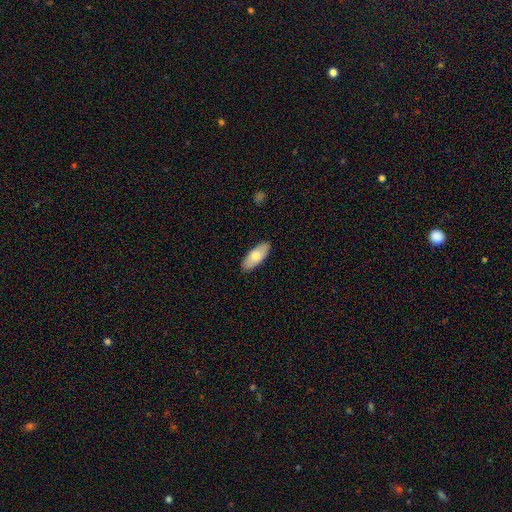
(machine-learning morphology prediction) smooth_or_featured: smooth (p=0.73) [alt: featured or disk p=0.22]
how_rounded: in between (p=0.82) [alt: cigar-shaped p=0.16]
merging: none (p=0.89) [alt: minor disturbance p=0.08]